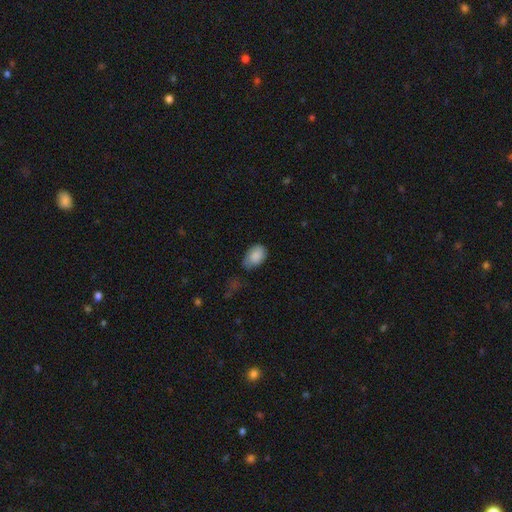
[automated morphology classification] This appears to be a smooth galaxy with no disk features (86%) that is in between round and cigar-shaped (89%). Merging: none (59%).